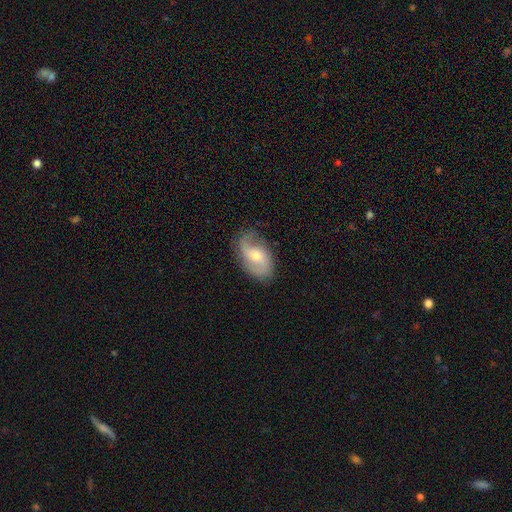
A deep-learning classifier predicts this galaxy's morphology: Smooth or featured?
  - featured or disk: 72% *
  - smooth: 22%
  - star or artifact: 6%
Edge-on disk?
  - no: 96% *
  - yes: 4%
Bar?
  - no: 51% *
  - weak: 39%
  - strong: 10%
Spiral arms?
  - yes: 91% *
  - no: 9%
Spiral winding?
  - loose: 51% *
  - medium: 36%
  - tight: 14%
Spiral arm count?
  - 2: 82% *
  - 1: 8%
  - can't tell: 6%
  - 3: 2%
  - 4: 1%
  - more than 4: 1%
Bulge size?
  - moderate: 52% *
  - small: 42%
  - large: 3%
  - none: 1%
  - dominant: 1%
Merging?
  - none: 74% *
  - minor disturbance: 18%
  - major disturbance: 7%
  - merger: 1%